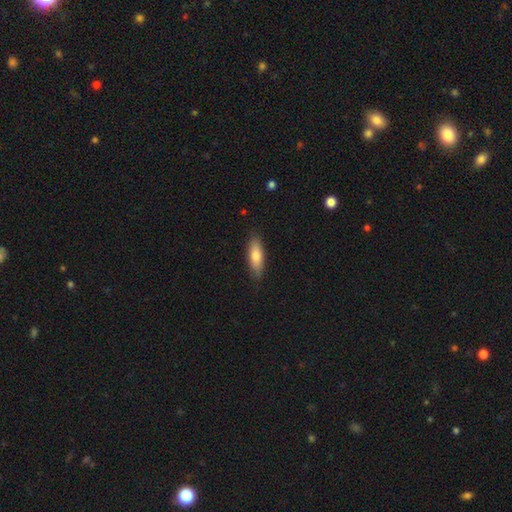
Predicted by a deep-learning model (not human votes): A smooth galaxy with no disk features (74%) that is in between round and cigar-shaped (56%).

Vote fractions:
- Smooth or featured? smooth: 74% / featured or disk: 20% / star or artifact: 6%
- How rounded? in between: 56% / cigar-shaped: 41% / round: 2%
- Merging? none: 85% / minor disturbance: 12% / major disturbance: 2% / merger: 1%